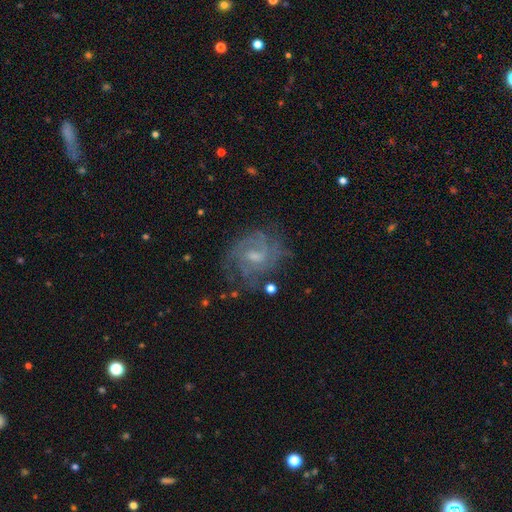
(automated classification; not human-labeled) Q: Smooth or featured?
A: featured or disk (78%); runner-up: smooth (13%)
Q: Edge-on disk?
A: no (97%); runner-up: yes (3%)
Q: Bar?
A: weak (55%); runner-up: no (36%)
Q: Spiral arms?
A: yes (89%); runner-up: no (11%)
Q: Spiral winding?
A: tight (48%); runner-up: medium (40%)
Q: Spiral arm count?
A: can't tell (38%); runner-up: 2 (27%)
Q: Bulge size?
A: small (44%); runner-up: moderate (43%)
Q: Merging?
A: none (65%); runner-up: minor disturbance (20%)